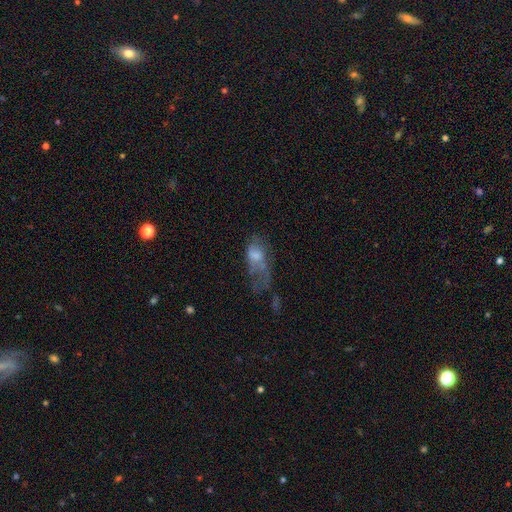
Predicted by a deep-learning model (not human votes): This appears to be a smooth galaxy with no disk features (48%). Merging: major disturbance (52%).